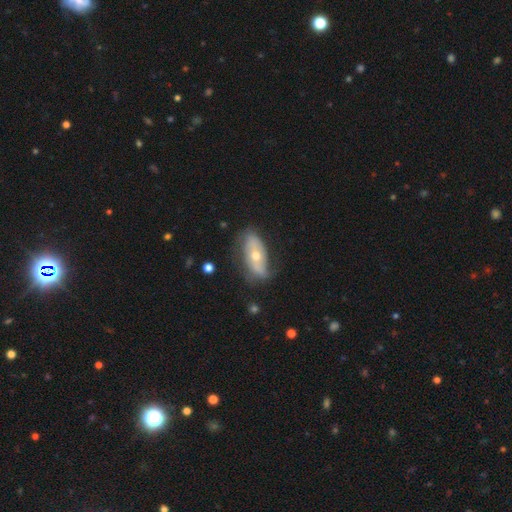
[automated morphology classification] This appears to be a featured or disk galaxy (55%). Merging: none (61%).